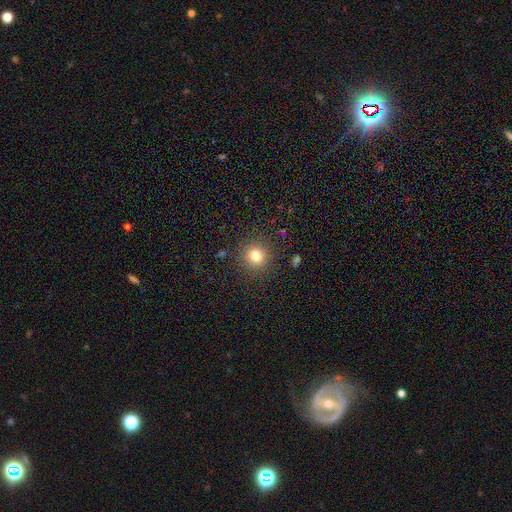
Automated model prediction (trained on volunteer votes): Smooth or featured? Predicted: smooth (p=0.79). How rounded? Predicted: round (p=0.92). Merging? Predicted: none (p=0.89).